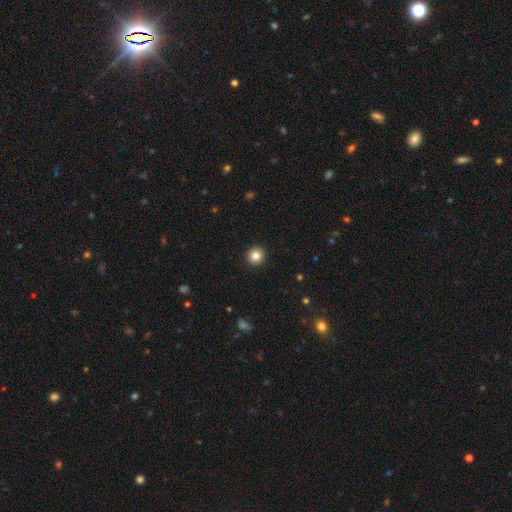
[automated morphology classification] Smooth or featured? smooth (84%)
How rounded? round (93%)
Merging? none (93%)